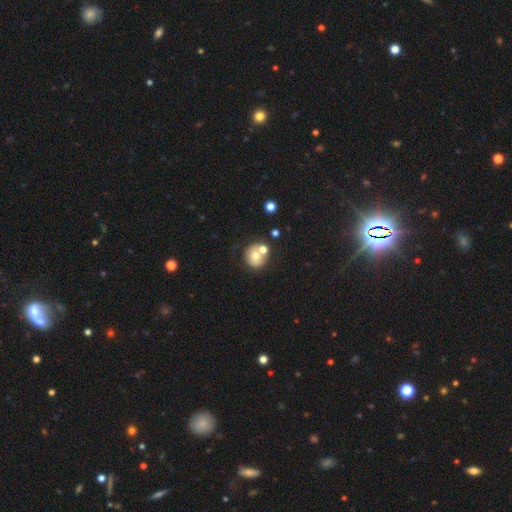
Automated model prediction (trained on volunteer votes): Smooth or featured?
  - smooth: 62% *
  - featured or disk: 27%
  - star or artifact: 11%
How rounded?
  - round: 83% *
  - in between: 16%
  - cigar-shaped: 1%
Merging?
  - none: 48% *
  - merger: 34%
  - minor disturbance: 12%
  - major disturbance: 5%